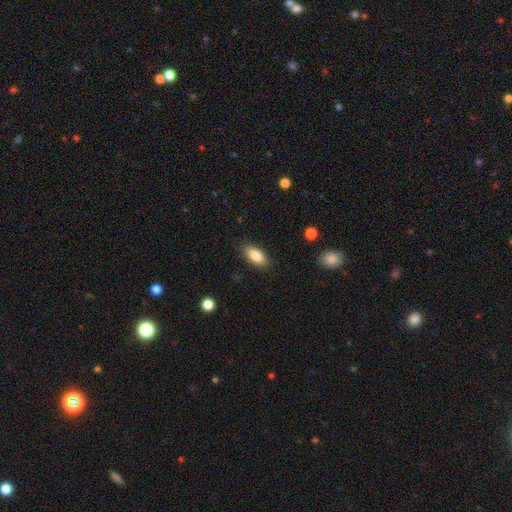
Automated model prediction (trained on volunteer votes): Smooth or featured? Predicted: smooth (p=0.86). How rounded? Predicted: in between (p=0.89). Merging? Predicted: none (p=0.86).